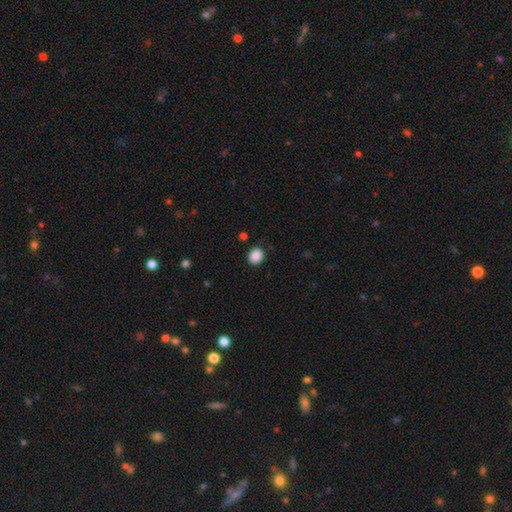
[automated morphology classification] Smooth or featured?
  - smooth: 88% *
  - star or artifact: 9%
  - featured or disk: 3%
How rounded?
  - round: 64% *
  - in between: 35%
  - cigar-shaped: 1%
Merging?
  - none: 87% *
  - minor disturbance: 9%
  - major disturbance: 3%
  - merger: 2%